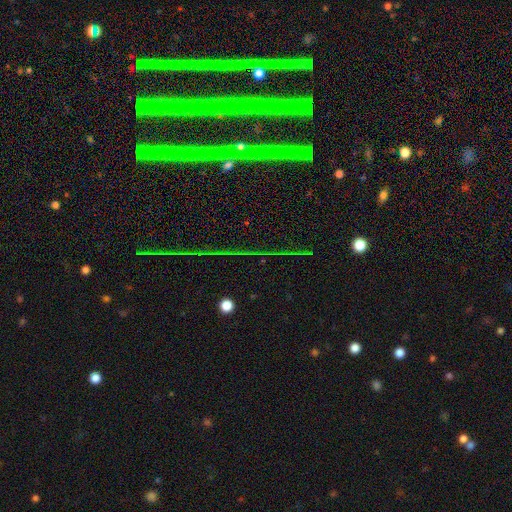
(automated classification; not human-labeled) Overall: star or artifact (73%).